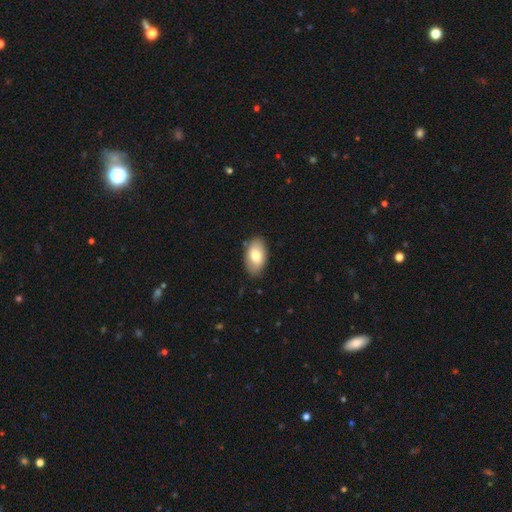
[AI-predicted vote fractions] A smooth galaxy with no disk features (75%) that is in between round and cigar-shaped (93%). Merging: none (84%).